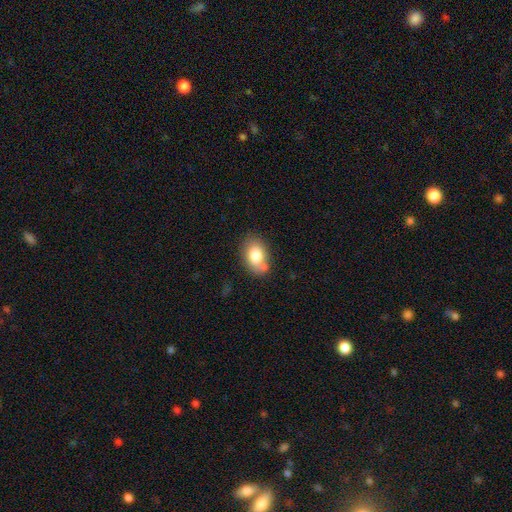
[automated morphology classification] This appears to be a smooth galaxy with no disk features (79%) that is in between round and cigar-shaped (84%). Merging: none (65%).